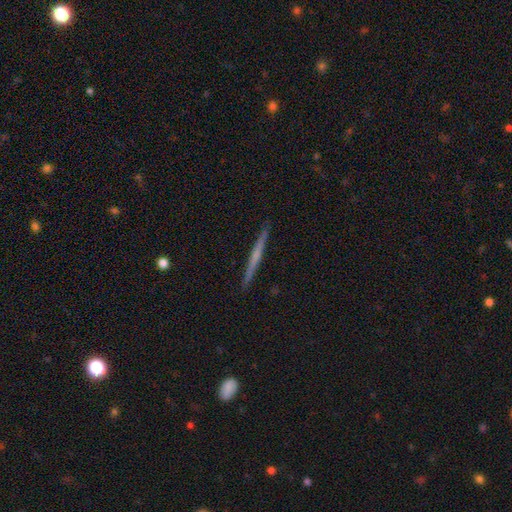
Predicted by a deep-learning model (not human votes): This is possibly a featured or disk galaxy (58%). It is clearly viewed edge-on (98%). Edge-on bulge: likely none (71%). Merging: clearly none (92%).